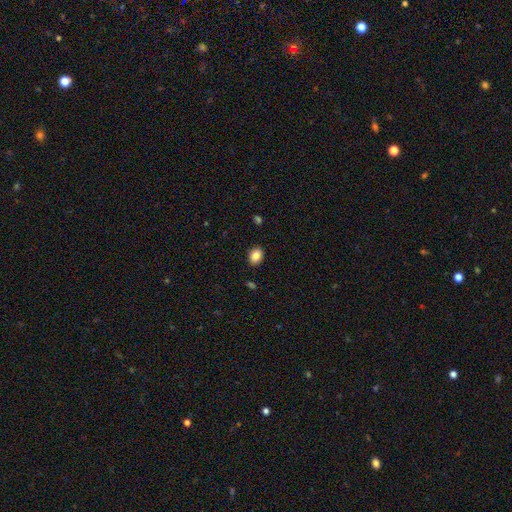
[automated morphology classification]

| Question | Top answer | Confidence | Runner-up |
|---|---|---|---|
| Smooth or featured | smooth | 86% | star or artifact (9%) |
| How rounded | in between | 65% | round (34%) |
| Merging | none | 88% | minor disturbance (8%) |